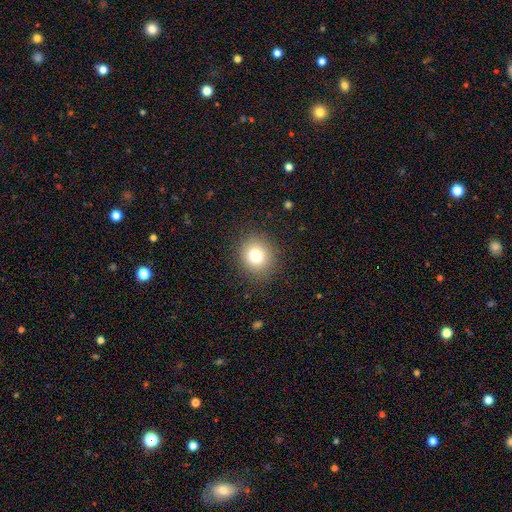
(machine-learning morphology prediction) smooth_or_featured: smooth (p=0.82) [alt: star or artifact p=0.11]
how_rounded: round (p=0.82) [alt: in between p=0.17]
merging: none (p=0.87) [alt: minor disturbance p=0.09]